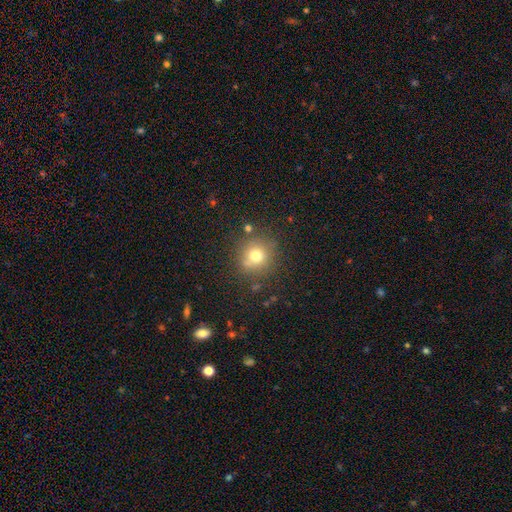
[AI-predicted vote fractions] A smooth galaxy with no disk features (73%) that is round (91%). Merging: none (79%).